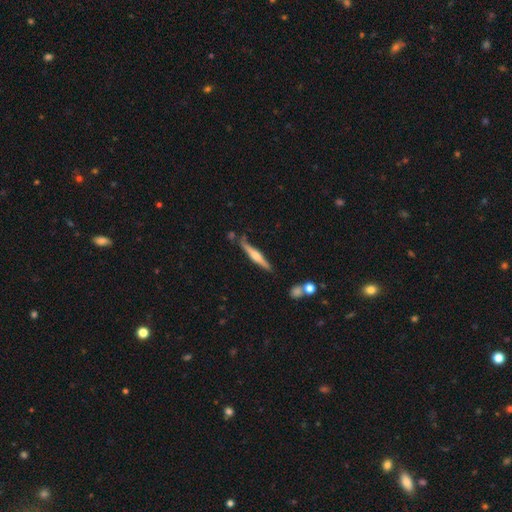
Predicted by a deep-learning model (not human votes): This appears to be a featured or disk galaxy (61%) viewed edge-on (97%) with a rounded central bulge (74%). Merging: none (78%).